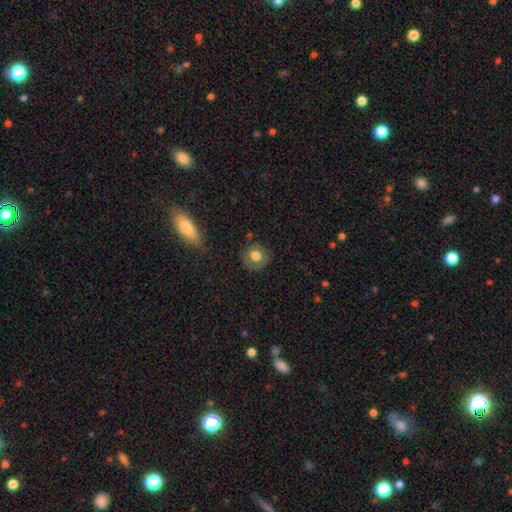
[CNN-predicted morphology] The model was most divided on "smooth or featured": smooth: 72%, featured or disk: 20%, star or artifact: 8%. More confident: how rounded — round (86%); merging — none (80%).